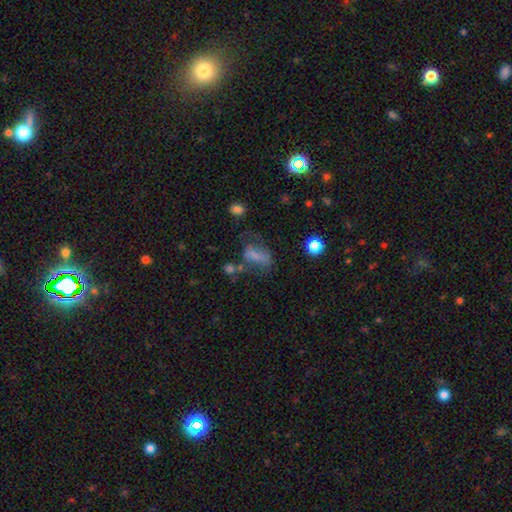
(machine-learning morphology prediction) A smooth galaxy with no disk features (57%) that is in between round and cigar-shaped (77%).

Vote fractions:
- Smooth or featured? smooth: 57% / featured or disk: 26% / star or artifact: 17%
- How rounded? in between: 77% / round: 13% / cigar-shaped: 9%
- Merging? none: 34% / major disturbance: 33% / minor disturbance: 23% / merger: 10%